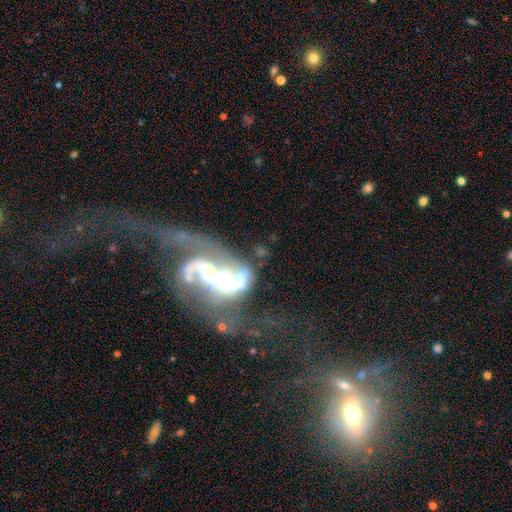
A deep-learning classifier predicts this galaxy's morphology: Q: Smooth or featured?
A: featured or disk (86%); runner-up: star or artifact (8%)
Q: Edge-on disk?
A: no (96%); runner-up: yes (4%)
Q: Bar?
A: strong (38%); runner-up: weak (37%)
Q: Spiral arms?
A: yes (92%); runner-up: no (8%)
Q: Spiral winding?
A: loose (58%); runner-up: medium (31%)
Q: Spiral arm count?
A: 2 (75%); runner-up: 1 (11%)
Q: Bulge size?
A: moderate (43%); runner-up: small (32%)
Q: Merging?
A: merger (39%); runner-up: major disturbance (35%)